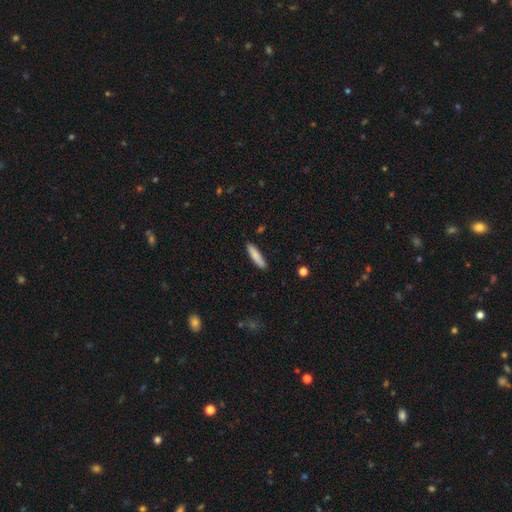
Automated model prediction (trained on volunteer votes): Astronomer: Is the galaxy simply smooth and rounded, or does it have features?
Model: smooth — 84%.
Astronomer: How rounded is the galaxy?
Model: cigar-shaped — 81%.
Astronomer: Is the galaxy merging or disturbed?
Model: none — 88%.